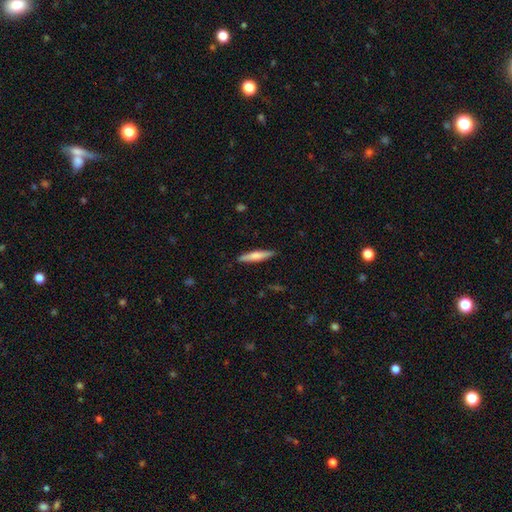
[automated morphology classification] A smooth galaxy with no disk features (66%) that is cigar-shaped (88%).

Vote fractions:
- Smooth or featured? smooth: 66% / featured or disk: 29% / star or artifact: 6%
- How rounded? cigar-shaped: 88% / in between: 10% / round: 1%
- Merging? none: 88% / minor disturbance: 9% / major disturbance: 2% / merger: 1%